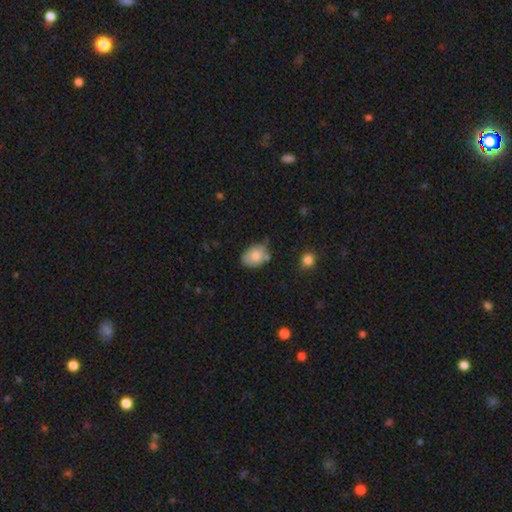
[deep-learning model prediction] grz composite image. It shows a smooth galaxy with no disk features (76%) that is in between round and cigar-shaped (70%). Merging: none (62%).